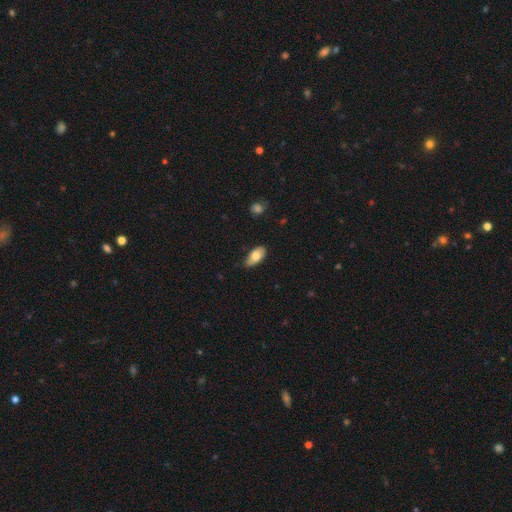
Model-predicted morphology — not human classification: type=smooth (76%); roundness=in between (92%); merging=none (70%).